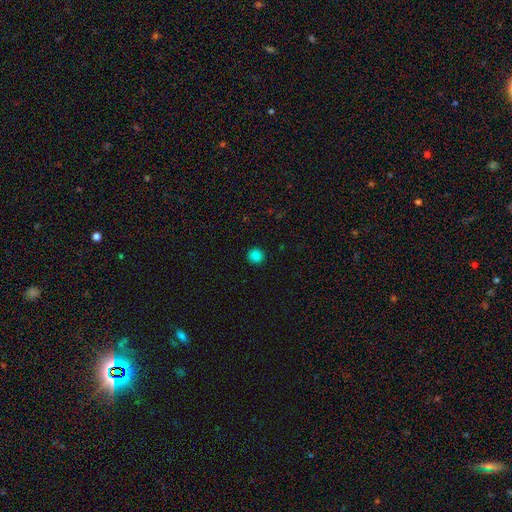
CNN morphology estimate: A smooth galaxy with no disk features (84%) that is round (93%). Merging: none (92%).